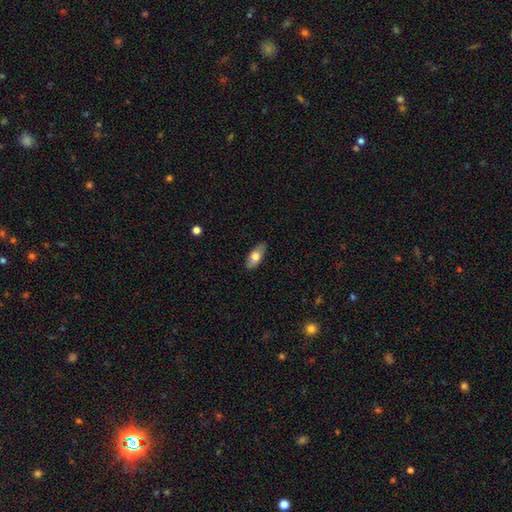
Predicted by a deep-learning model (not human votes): This appears to be a smooth galaxy with no disk features (72%) that is in between round and cigar-shaped (82%). Merging: none (84%).